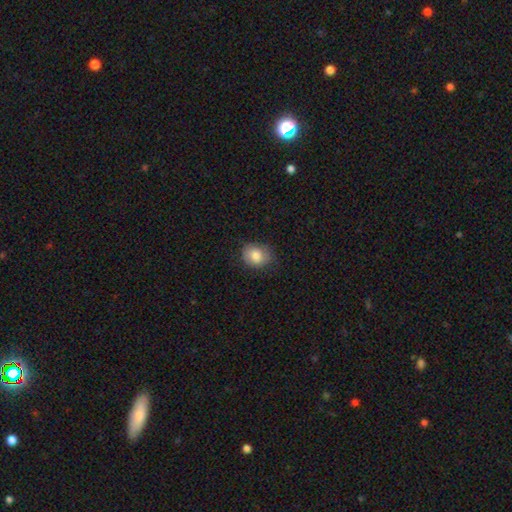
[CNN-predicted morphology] Overall: smooth (82%). How rounded: round (56%; in between 43%). Merging: none (76%).